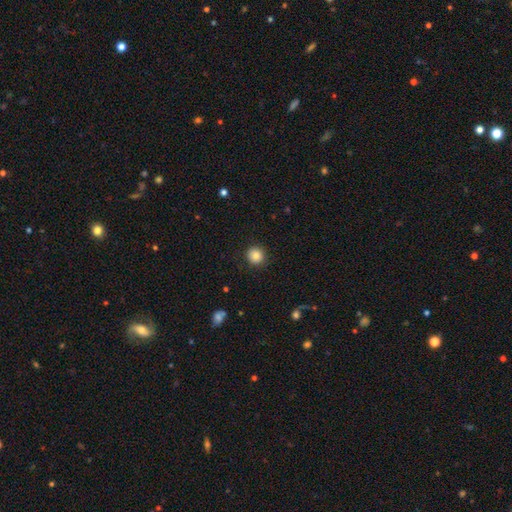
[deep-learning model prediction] Morphology: type=smooth (85%); roundness=round (92%); merging=none (90%).